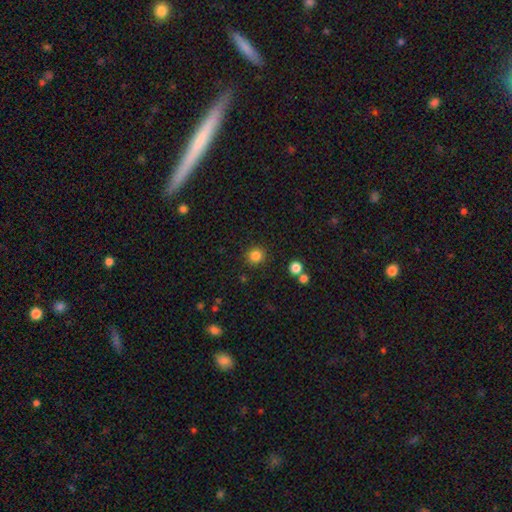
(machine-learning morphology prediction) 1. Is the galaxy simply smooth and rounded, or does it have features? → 84% smooth, 12% star or artifact, 4% featured or disk.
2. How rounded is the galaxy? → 92% round, 7% in between, 1% cigar-shaped.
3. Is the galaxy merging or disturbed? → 90% none, 6% minor disturbance, 2% major disturbance, 2% merger.